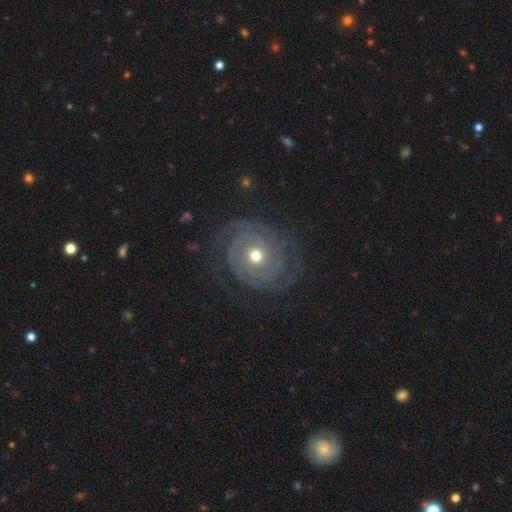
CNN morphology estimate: This appears to be a featured or disk galaxy (79%) with no bar (84%), tight (69%) spiral arms (85%) and a moderate central bulge (67%). Merging: none (72%).